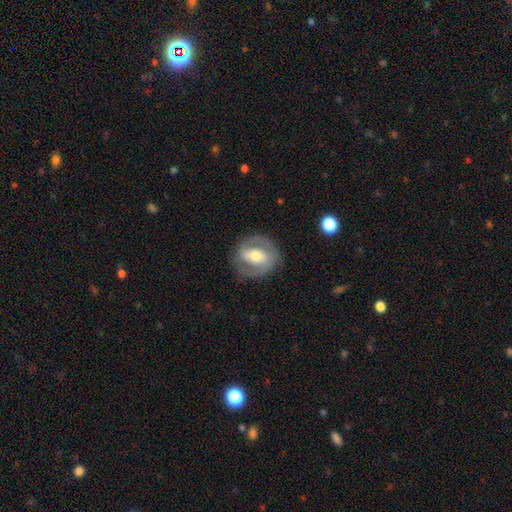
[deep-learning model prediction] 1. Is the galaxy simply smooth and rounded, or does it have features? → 73% featured or disk, 21% smooth, 6% star or artifact.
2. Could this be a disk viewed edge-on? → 96% no, 4% yes.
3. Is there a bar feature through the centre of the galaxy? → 42% strong, 36% weak, 23% no.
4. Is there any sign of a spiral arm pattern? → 77% yes, 23% no.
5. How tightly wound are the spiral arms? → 43% medium, 42% tight, 15% loose.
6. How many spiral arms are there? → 83% 2, 9% can't tell, 5% 1, 2% 3, 1% 4, 1% more than 4.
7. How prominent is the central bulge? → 64% moderate, 26% small, 7% large, 1% none, 1% dominant.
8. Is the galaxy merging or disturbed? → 80% none, 12% minor disturbance, 6% major disturbance, 1% merger.